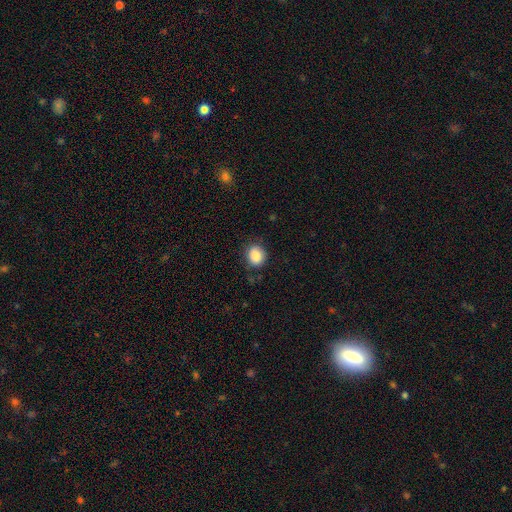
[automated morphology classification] Smooth or featured? Predicted: smooth (p=0.87). How rounded? Predicted: round (p=0.65). Merging? Predicted: none (p=0.81).